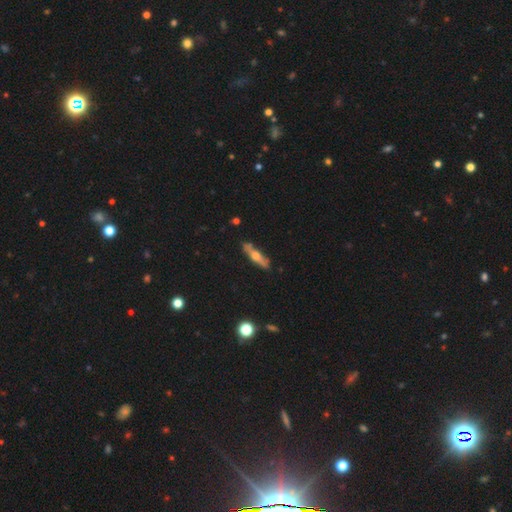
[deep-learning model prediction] A featured or disk galaxy (53%) viewed edge-on (85%).

Vote fractions:
- Smooth or featured? featured or disk: 53% / smooth: 40% / star or artifact: 7%
- Edge-on disk? yes: 85% / no: 15%
- Merging? none: 81% / minor disturbance: 13% / merger: 3% / major disturbance: 3%